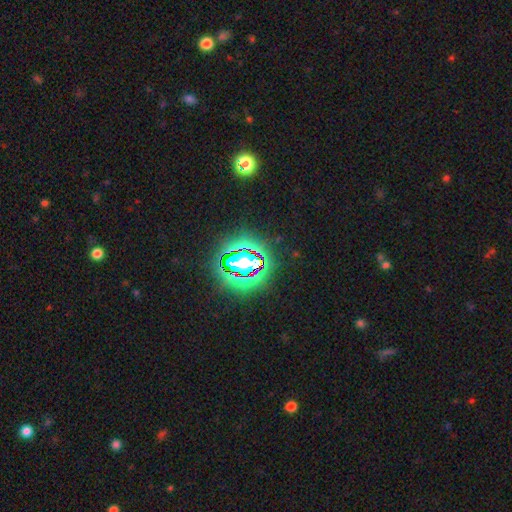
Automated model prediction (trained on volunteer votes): Smooth or featured? Predicted: star or artifact (p=0.84).